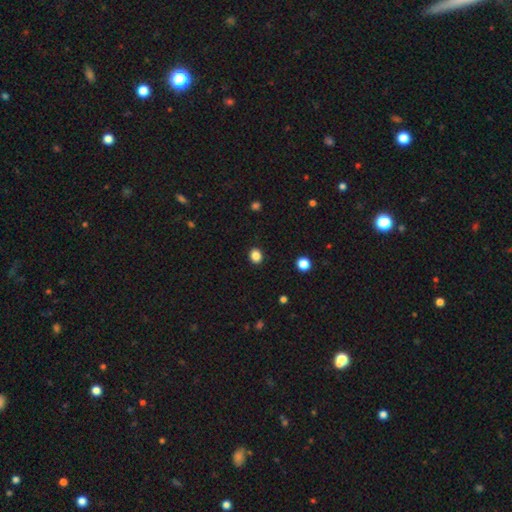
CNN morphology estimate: smooth 86%, star or artifact 11%, featured or disk 3%. Down the decision tree: how rounded — round (64%); merging — none (91%).